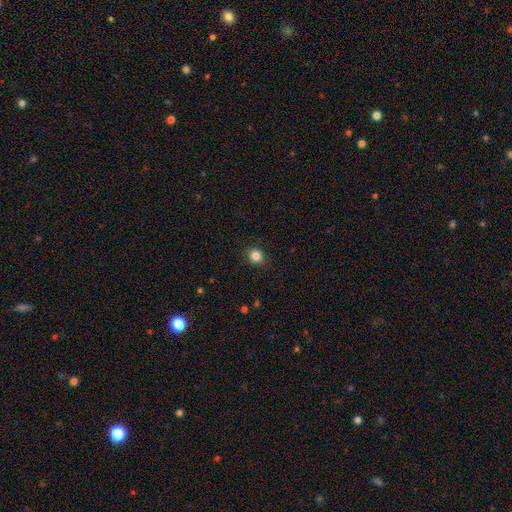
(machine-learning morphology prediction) Smooth or featured?
  - smooth: 85% *
  - star or artifact: 11%
  - featured or disk: 4%
How rounded?
  - round: 85% *
  - in between: 14%
  - cigar-shaped: 1%
Merging?
  - none: 89% *
  - minor disturbance: 8%
  - major disturbance: 2%
  - merger: 1%